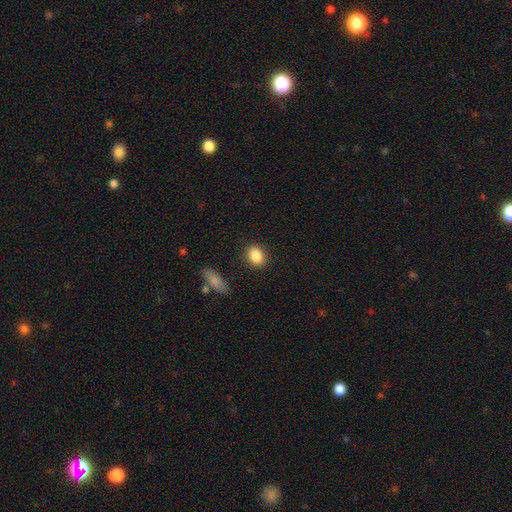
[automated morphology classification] Smooth or featured?
  - smooth: 87% *
  - star or artifact: 8%
  - featured or disk: 5%
How rounded?
  - in between: 57% *
  - round: 41%
  - cigar-shaped: 2%
Merging?
  - none: 86% *
  - minor disturbance: 9%
  - major disturbance: 3%
  - merger: 2%